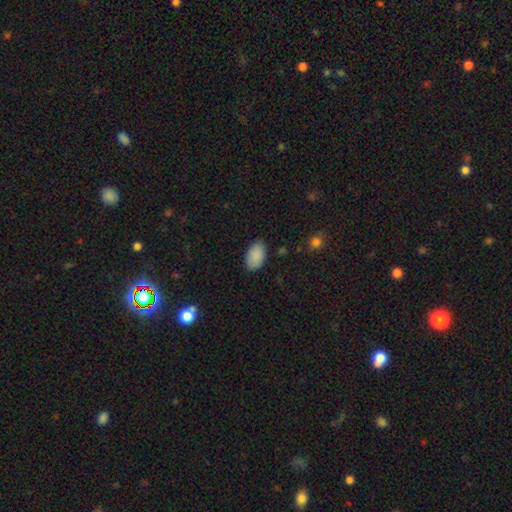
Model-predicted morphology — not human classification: Smooth or featured? Predicted: smooth (p=0.89). How rounded? Predicted: in between (p=0.94). Merging? Predicted: none (p=0.84).